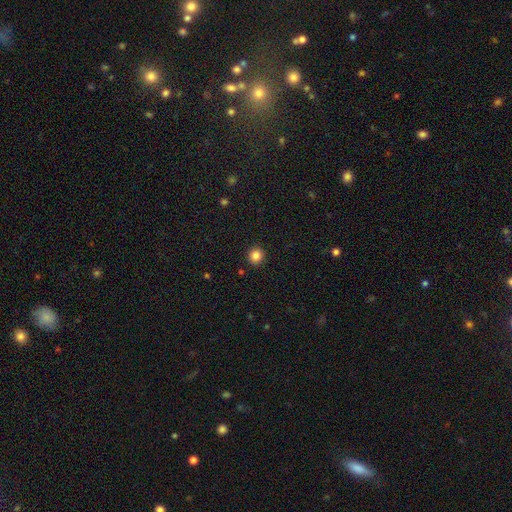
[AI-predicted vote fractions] A smooth galaxy with no disk features (84%) that is round (90%). Merging: none (92%).